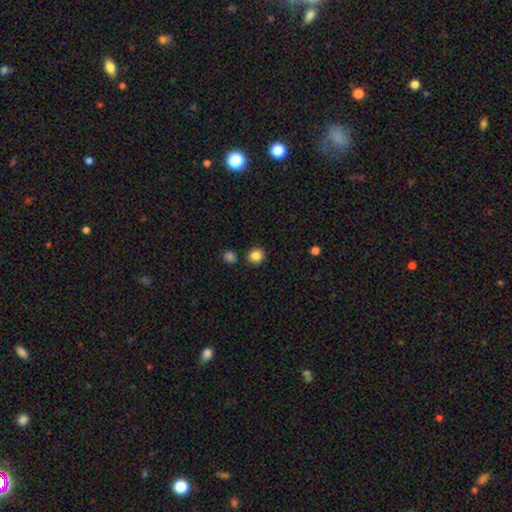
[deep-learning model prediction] This appears to be a smooth galaxy with no disk features (86%) that is round (88%). Merging: none (86%).